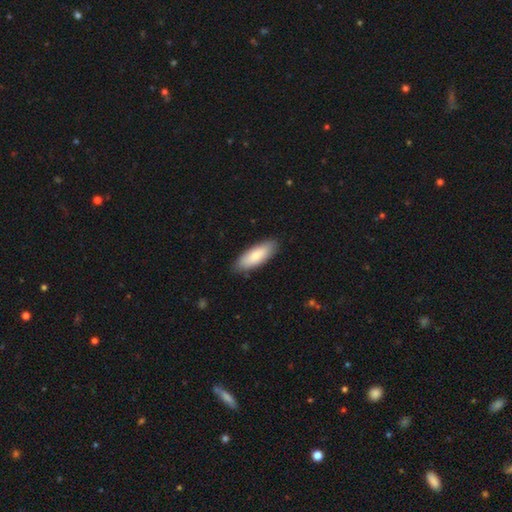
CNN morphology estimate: Smooth or featured: smooth — 82% (featured or disk — 12%)
How rounded: in between — 68% (cigar-shaped — 30%)
Merging: none — 86% (minor disturbance — 11%)